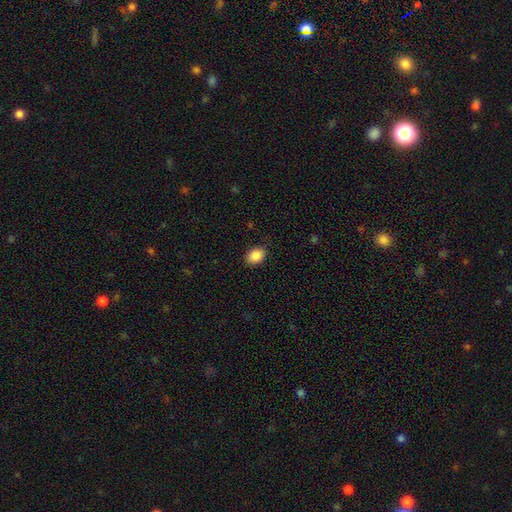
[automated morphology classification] Overall: smooth (88%). How rounded: in between (73%). Merging: none (86%).